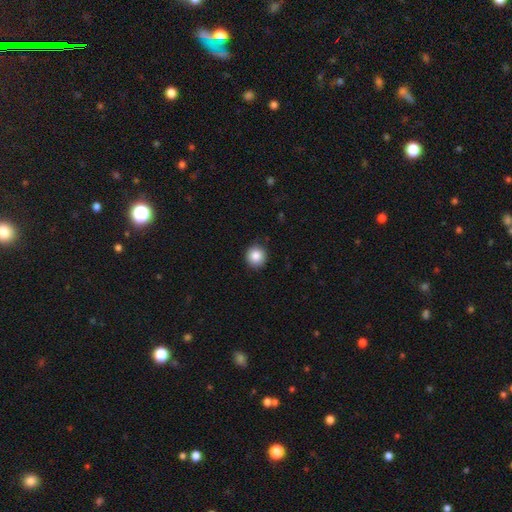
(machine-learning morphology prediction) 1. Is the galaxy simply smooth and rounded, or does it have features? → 86% smooth, 9% star or artifact, 5% featured or disk.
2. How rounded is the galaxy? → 92% round, 7% in between, 1% cigar-shaped.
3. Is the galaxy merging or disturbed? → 89% none, 8% minor disturbance, 2% major disturbance, 1% merger.